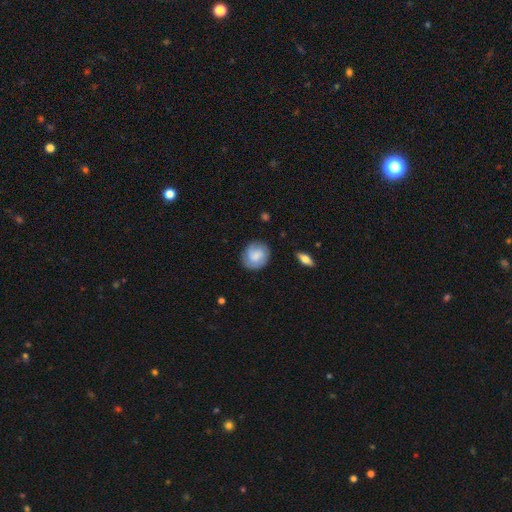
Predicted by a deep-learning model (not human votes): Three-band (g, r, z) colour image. It shows a smooth galaxy with no disk features (60%) that is round (77%). Merging: none (79%).